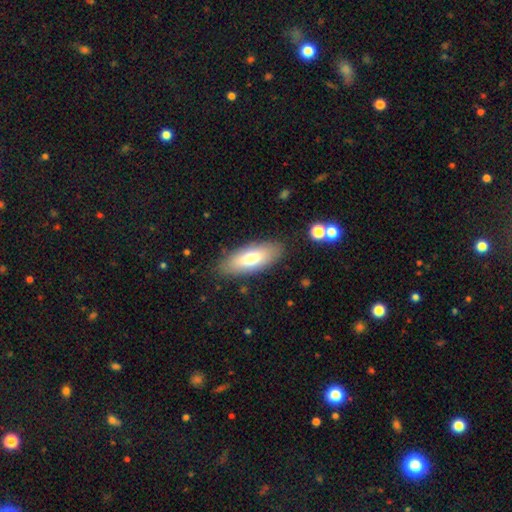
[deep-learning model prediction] Q: Smooth or featured?
A: smooth (70%); runner-up: featured or disk (23%)
Q: How rounded?
A: in between (75%); runner-up: cigar-shaped (22%)
Q: Merging?
A: none (86%); runner-up: minor disturbance (10%)